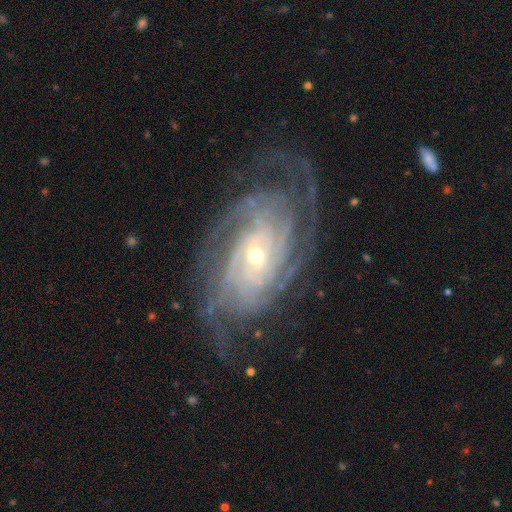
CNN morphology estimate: type=featured or disk (91%); edge-on=no (96%); bar=no (63%); spiral arms=yes (98%); winding=tight (72%); arm count=can't tell (25%); bulge=small (63%); merging=none (74%).